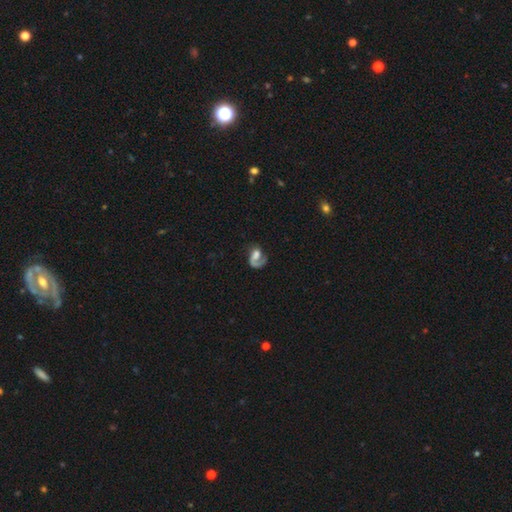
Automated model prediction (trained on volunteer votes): Smooth or featured? featured or disk (68%)
Edge-on disk? no (98%)
Bar? no (66%)
Spiral arms? yes (86%)
Spiral winding? loose (45%)
Spiral arm count? 1 (81%)
Bulge size? moderate (35%)
Merging? none (41%)